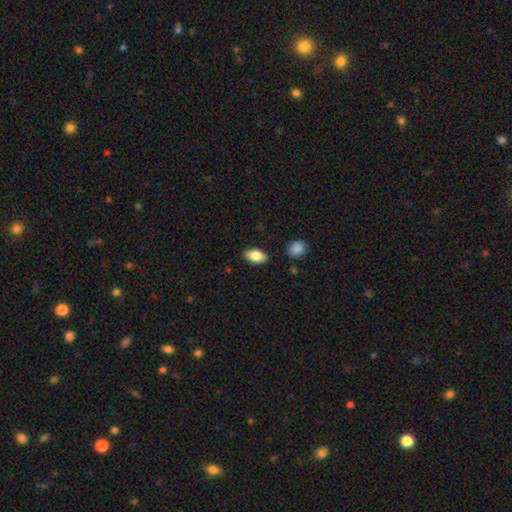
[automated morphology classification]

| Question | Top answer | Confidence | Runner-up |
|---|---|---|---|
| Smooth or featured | smooth | 84% | featured or disk (8%) |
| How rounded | in between | 92% | round (6%) |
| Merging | none | 86% | minor disturbance (10%) |